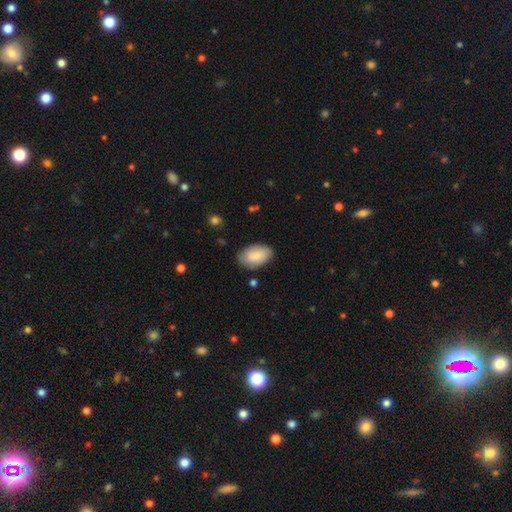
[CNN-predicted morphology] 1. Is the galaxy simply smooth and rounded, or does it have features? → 81% smooth, 13% featured or disk, 6% star or artifact.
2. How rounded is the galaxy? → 94% in between, 5% round, 1% cigar-shaped.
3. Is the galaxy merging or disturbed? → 79% none, 16% minor disturbance, 3% major disturbance, 2% merger.